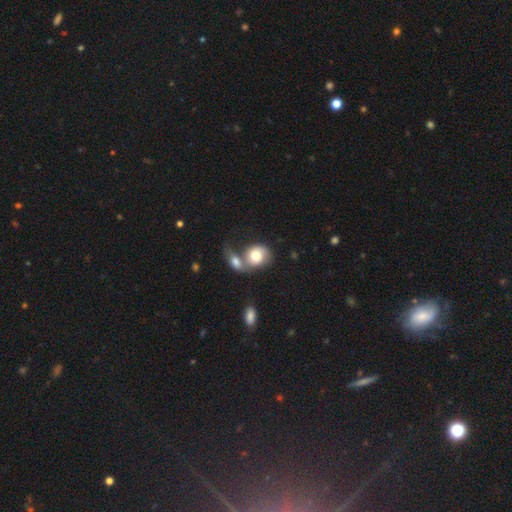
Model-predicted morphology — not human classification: smooth_or_featured: smooth (p=0.63) [alt: featured or disk p=0.30]
how_rounded: round (p=0.56) [alt: in between p=0.43]
merging: merger (p=0.64) [alt: none p=0.19]